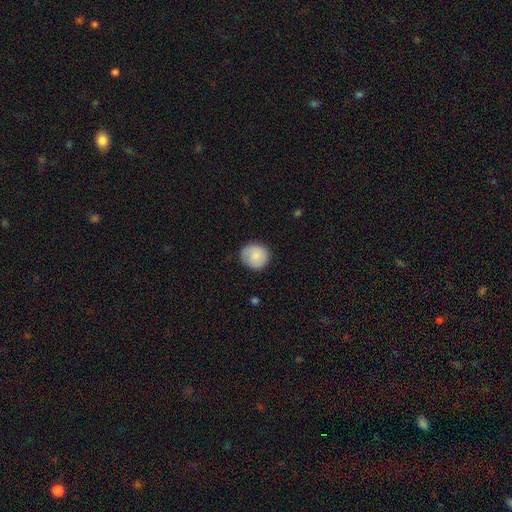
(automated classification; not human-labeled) smooth 85%, featured or disk 8%, star or artifact 7%. Down the decision tree: how rounded — round (86%); merging — none (80%).